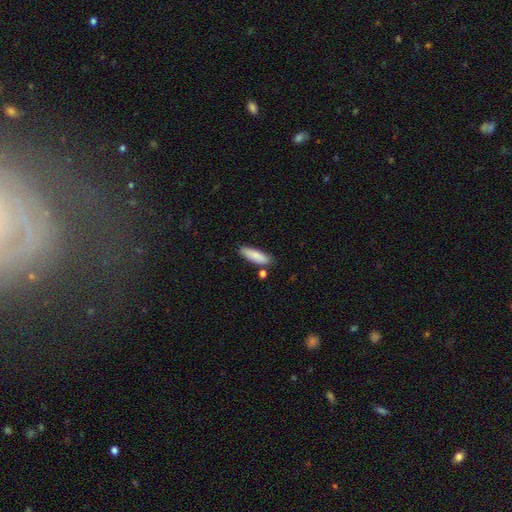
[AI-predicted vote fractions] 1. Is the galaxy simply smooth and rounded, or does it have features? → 86% smooth, 8% featured or disk, 6% star or artifact.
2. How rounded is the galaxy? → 52% in between, 46% cigar-shaped, 2% round.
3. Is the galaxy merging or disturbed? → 79% none, 13% minor disturbance, 6% merger, 3% major disturbance.